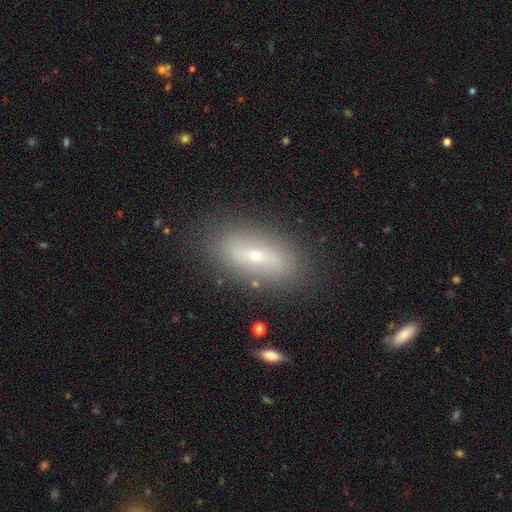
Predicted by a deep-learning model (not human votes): featured or disk 45% (tied), smooth 45% (tied), star or artifact 10%. Down the decision tree: merging — none (85%).